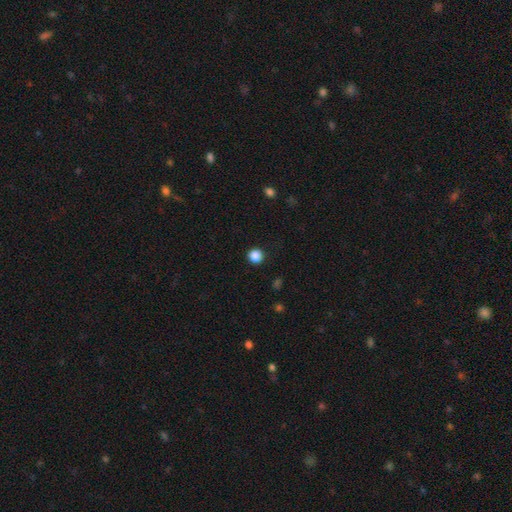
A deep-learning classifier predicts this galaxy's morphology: type=smooth (87%); roundness=round (94%); merging=none (91%).